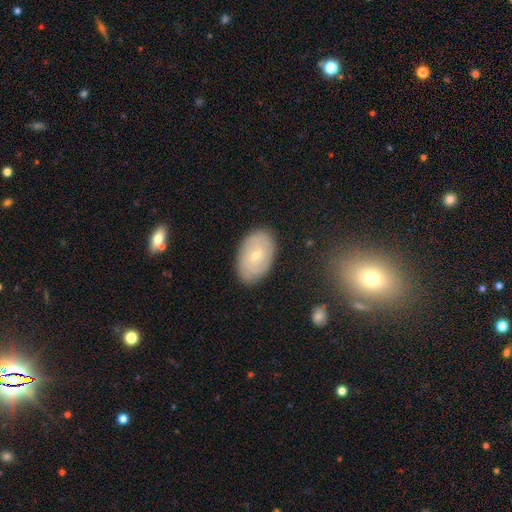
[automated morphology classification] This appears to be a featured or disk galaxy (58%) with no bar (57%), spiral arms (71%) and a small central bulge (73%). Merging: none (83%).